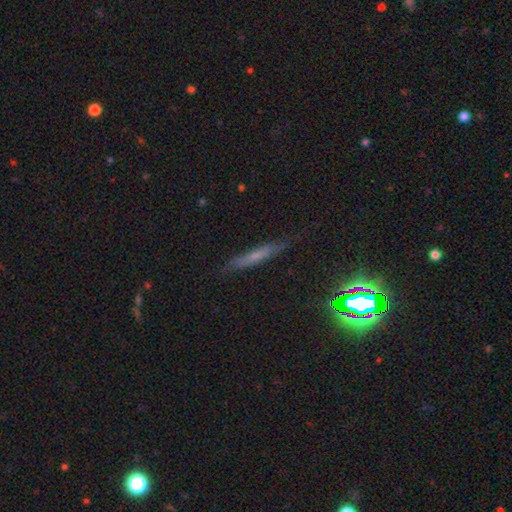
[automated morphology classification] Q: Smooth or featured?
A: smooth (43%); runner-up: featured or disk (40%)
Q: Merging?
A: none (81%); runner-up: minor disturbance (14%)